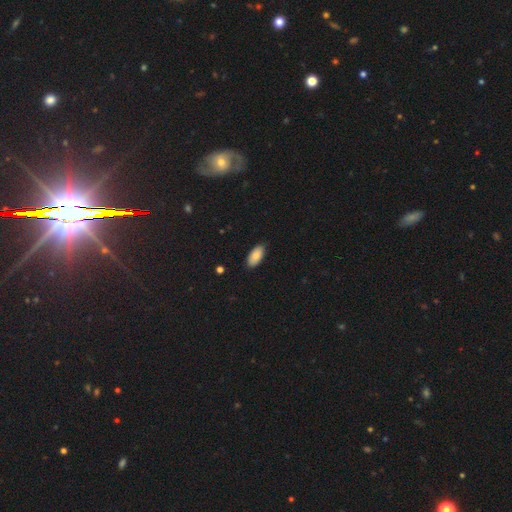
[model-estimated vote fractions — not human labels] A smooth galaxy with no disk features (85%) that is in between round and cigar-shaped (93%). Merging: none (86%).